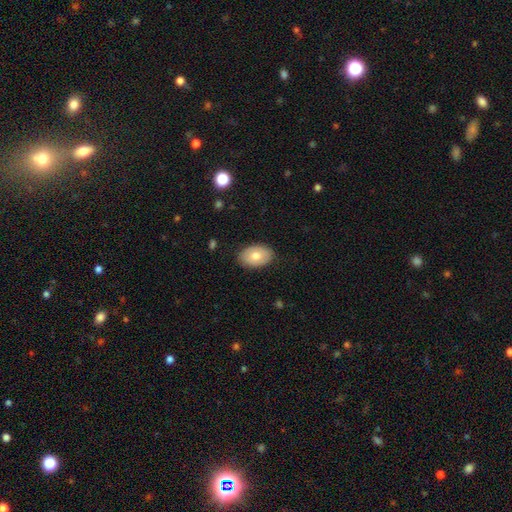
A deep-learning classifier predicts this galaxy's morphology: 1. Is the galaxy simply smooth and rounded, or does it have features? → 74% smooth, 20% featured or disk, 6% star or artifact.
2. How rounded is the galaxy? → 91% in between, 8% round, 1% cigar-shaped.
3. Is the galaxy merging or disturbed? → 86% none, 11% minor disturbance, 2% major disturbance, 1% merger.